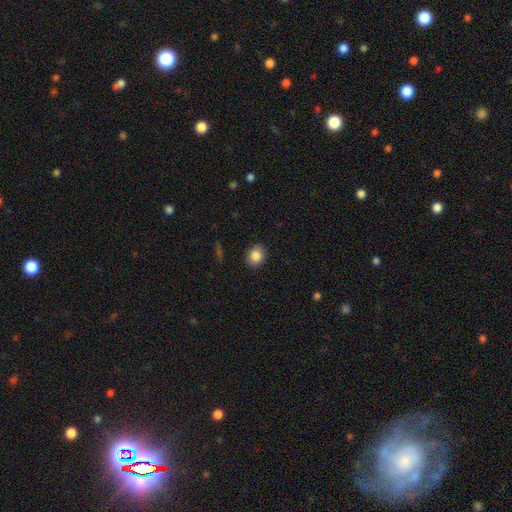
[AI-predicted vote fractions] Overall: smooth (86%). How rounded: round (58%; in between 41%). Merging: none (88%).